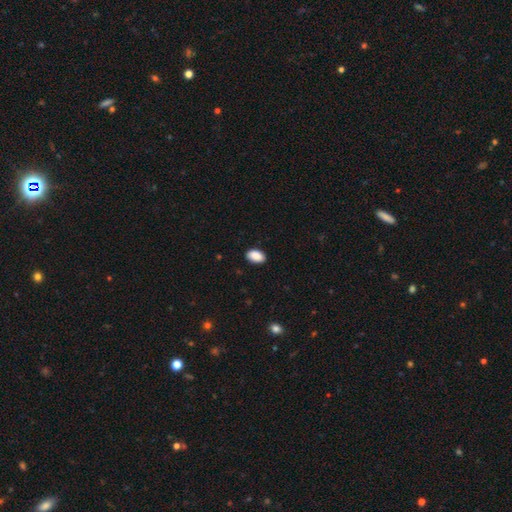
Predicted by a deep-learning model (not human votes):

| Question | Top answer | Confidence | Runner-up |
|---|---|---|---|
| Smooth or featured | smooth | 90% | star or artifact (7%) |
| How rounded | in between | 93% | round (6%) |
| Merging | none | 88% | minor disturbance (9%) |